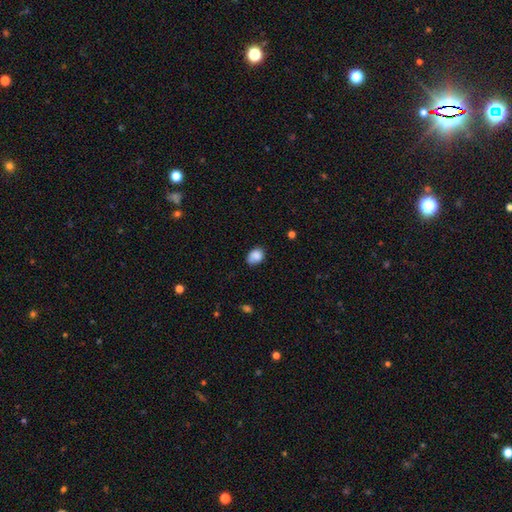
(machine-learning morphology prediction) smooth 84%, star or artifact 9%, featured or disk 7%. Down the decision tree: how rounded — in between (67%); merging — none (60%).